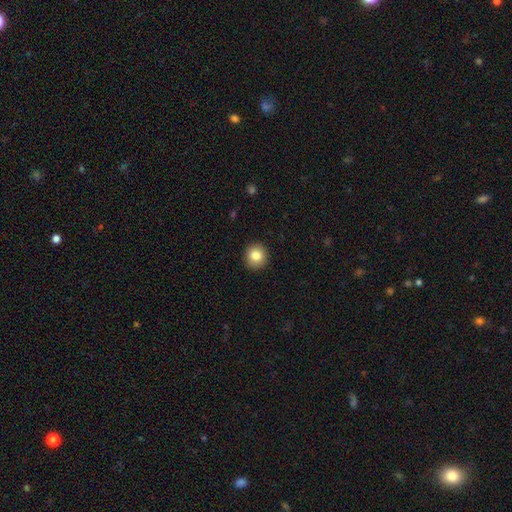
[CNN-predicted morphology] Overall: smooth (84%). How rounded: round (91%). Merging: none (92%).